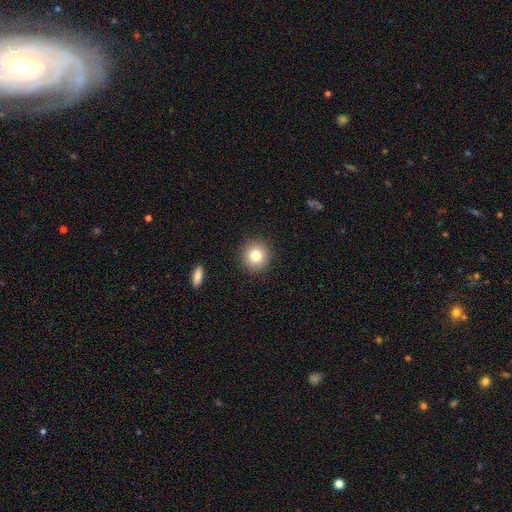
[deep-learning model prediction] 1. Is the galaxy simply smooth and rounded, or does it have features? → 80% smooth, 11% star or artifact, 10% featured or disk.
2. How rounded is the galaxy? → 93% round, 6% in between, 1% cigar-shaped.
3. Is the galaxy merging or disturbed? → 91% none, 6% minor disturbance, 2% major disturbance, 1% merger.